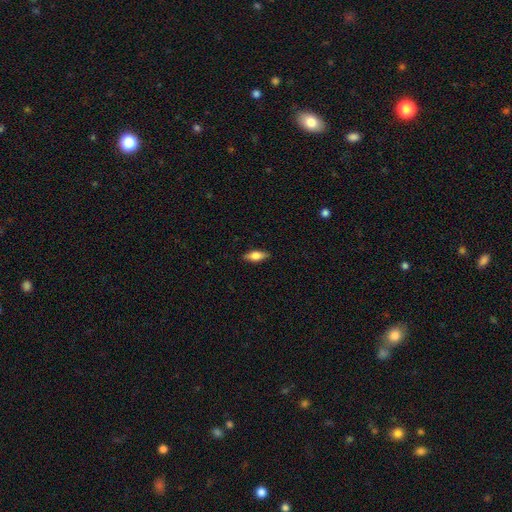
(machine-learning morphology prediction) Smooth or featured?
  - smooth: 69% *
  - featured or disk: 24%
  - star or artifact: 7%
How rounded?
  - in between: 70% *
  - cigar-shaped: 27%
  - round: 3%
Merging?
  - none: 87% *
  - minor disturbance: 10%
  - major disturbance: 2%
  - merger: 1%